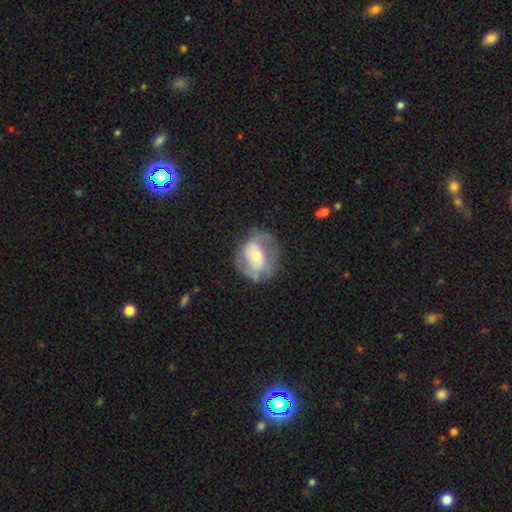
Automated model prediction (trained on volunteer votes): featured or disk 62%, smooth 31%, star or artifact 7%. Down the decision tree: edge-on disk — no (96%); bar — no (54%); spiral arms — yes (57%); bulge size — moderate (61%); merging — none (56%).